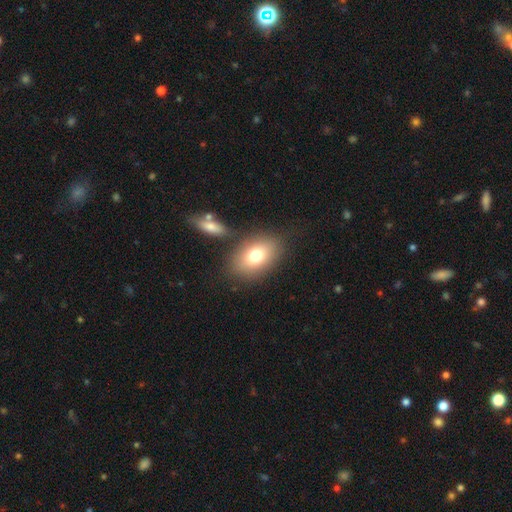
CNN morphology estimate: Overall: smooth (76%). How rounded: in between (83%). Merging: none (77%).